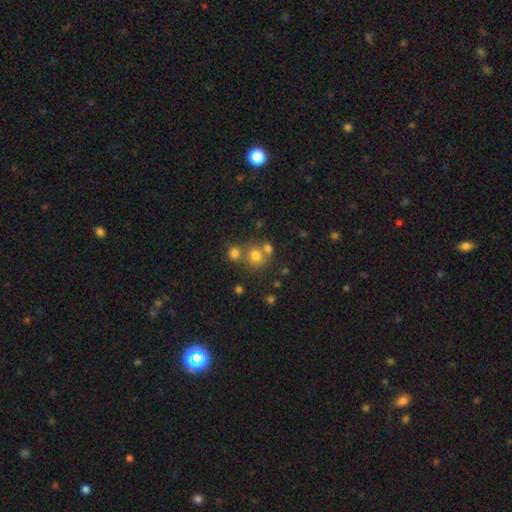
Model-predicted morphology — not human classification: This is likely a smooth galaxy (73%). How rounded: clearly round (85%). Merging: possibly none (55%).